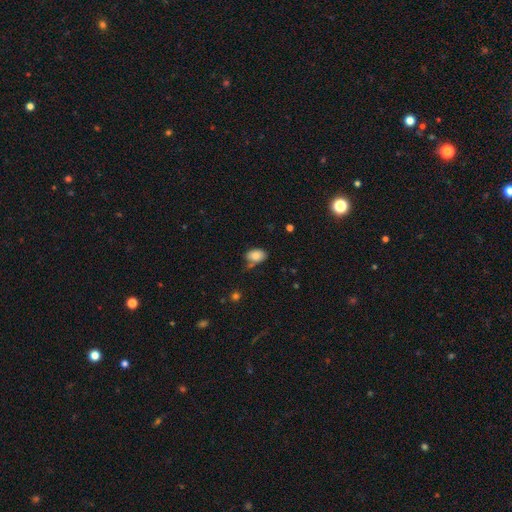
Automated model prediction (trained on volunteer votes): smooth 84%, star or artifact 8%, featured or disk 8%. Down the decision tree: how rounded — in between (87%); merging — none (62%).